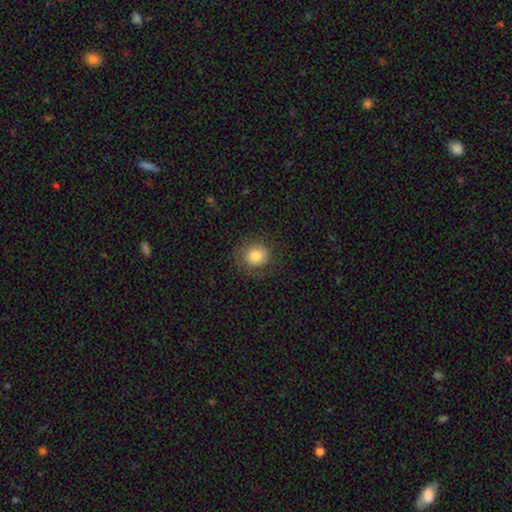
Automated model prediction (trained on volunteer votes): smooth_or_featured: smooth (p=0.81) [alt: star or artifact p=0.10]
how_rounded: round (p=0.85) [alt: in between p=0.14]
merging: none (p=0.80) [alt: minor disturbance p=0.12]